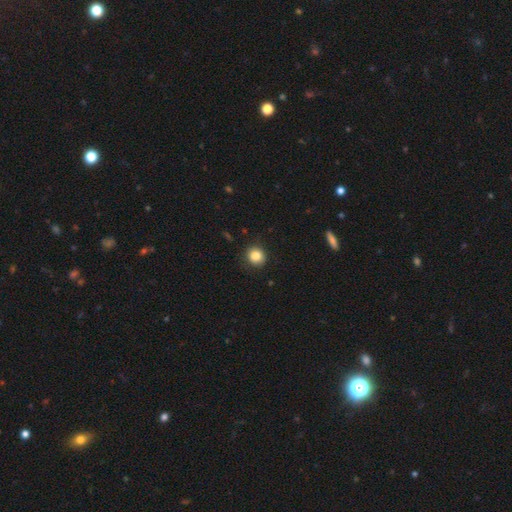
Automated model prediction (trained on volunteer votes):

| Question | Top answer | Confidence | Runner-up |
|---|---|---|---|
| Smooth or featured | smooth | 84% | star or artifact (10%) |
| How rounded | round | 86% | in between (13%) |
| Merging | none | 87% | minor disturbance (9%) |